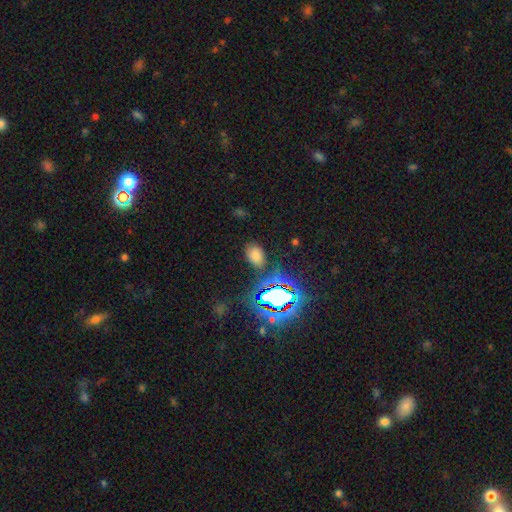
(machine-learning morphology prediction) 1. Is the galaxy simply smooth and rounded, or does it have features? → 67% smooth, 25% star or artifact, 8% featured or disk.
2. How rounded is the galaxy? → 84% in between, 14% round, 1% cigar-shaped.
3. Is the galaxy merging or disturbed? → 77% none, 14% minor disturbance, 5% major disturbance, 3% merger.